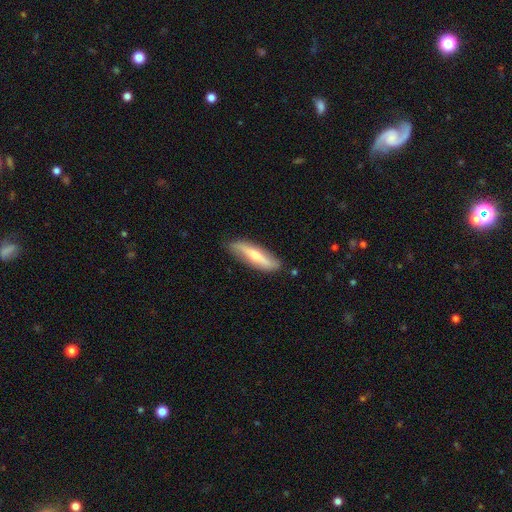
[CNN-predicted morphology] featured or disk 50%, smooth 44%, star or artifact 5%. Down the decision tree: edge-on disk — yes (59%); merging — none (80%).